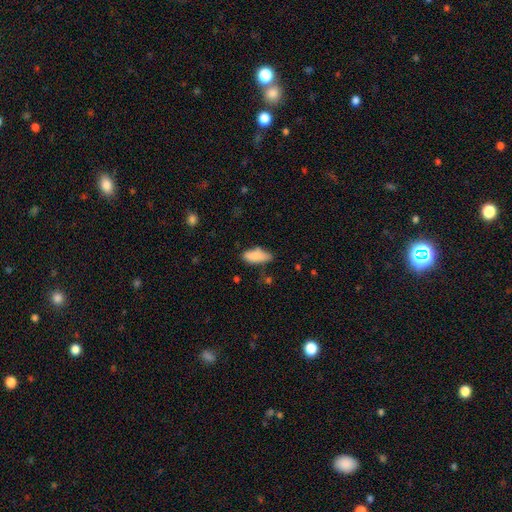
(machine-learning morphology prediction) Smooth or featured? smooth (85%)
How rounded? in between (78%)
Merging? none (62%)